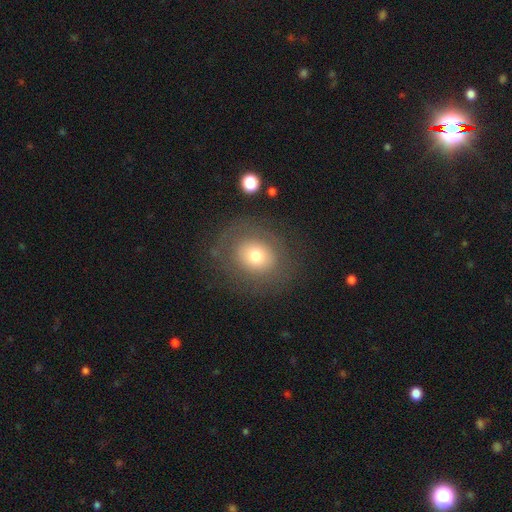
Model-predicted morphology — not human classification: This is likely a smooth galaxy (64%). How rounded: likely round (66%). Merging: likely none (78%).